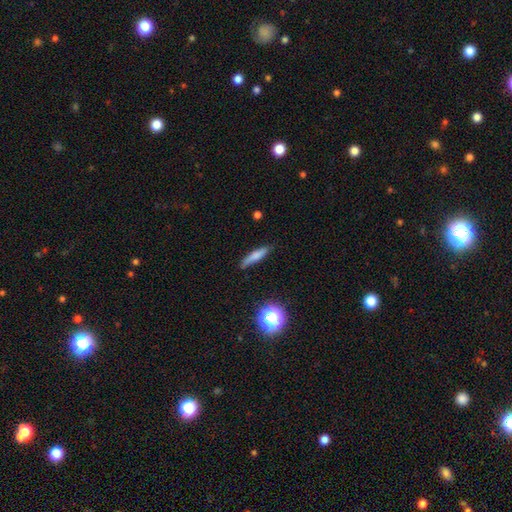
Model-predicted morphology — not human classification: This appears to be a smooth galaxy with no disk features (69%) that is cigar-shaped (83%). Merging: none (79%).